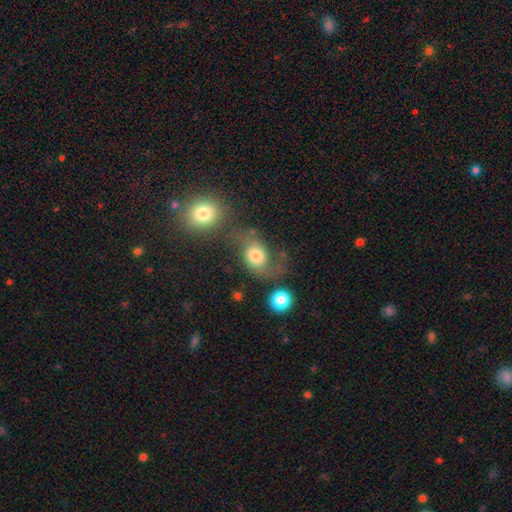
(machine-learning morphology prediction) Smooth or featured? smooth (63%)
How rounded? in between (52%)
Merging? none (42%)